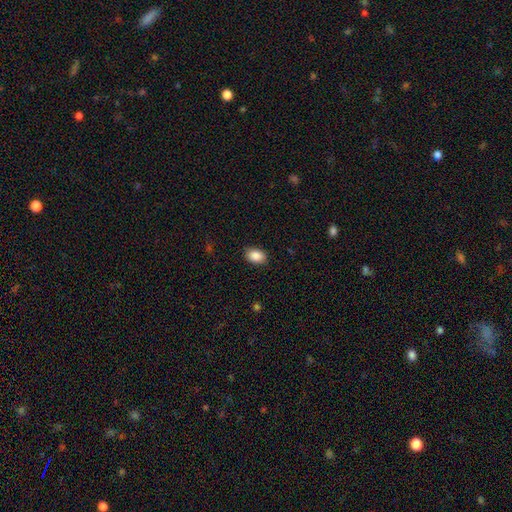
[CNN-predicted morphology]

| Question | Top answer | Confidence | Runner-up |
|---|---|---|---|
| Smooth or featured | smooth | 88% | star or artifact (7%) |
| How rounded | in between | 85% | round (14%) |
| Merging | none | 88% | minor disturbance (9%) |